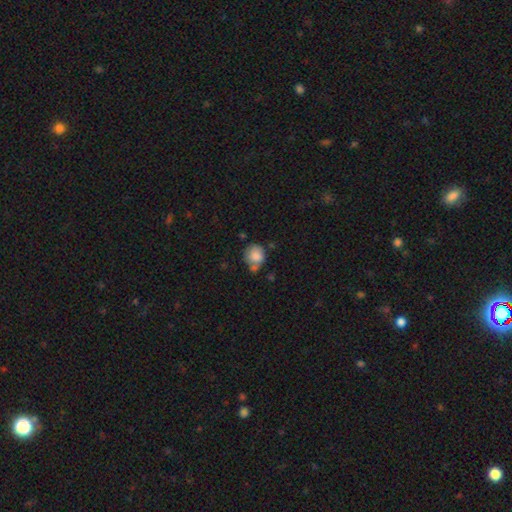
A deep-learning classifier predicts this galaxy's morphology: Smooth or featured?
  - smooth: 82% *
  - featured or disk: 10%
  - star or artifact: 8%
How rounded?
  - round: 81% *
  - in between: 18%
  - cigar-shaped: 1%
Merging?
  - none: 54% *
  - merger: 21%
  - minor disturbance: 20%
  - major disturbance: 6%